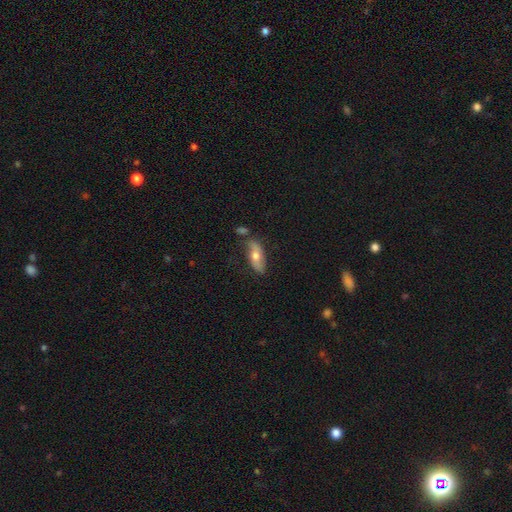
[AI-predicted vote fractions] Smooth or featured: smooth — 52% (featured or disk — 42%)
How rounded: in between — 74% (cigar-shaped — 23%)
Merging: none — 67% (minor disturbance — 20%)